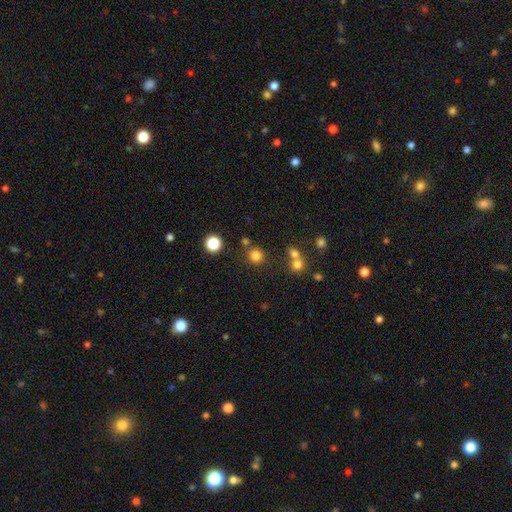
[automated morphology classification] This appears to be a smooth galaxy with no disk features (78%) that is round (93%). Merging: none (79%).